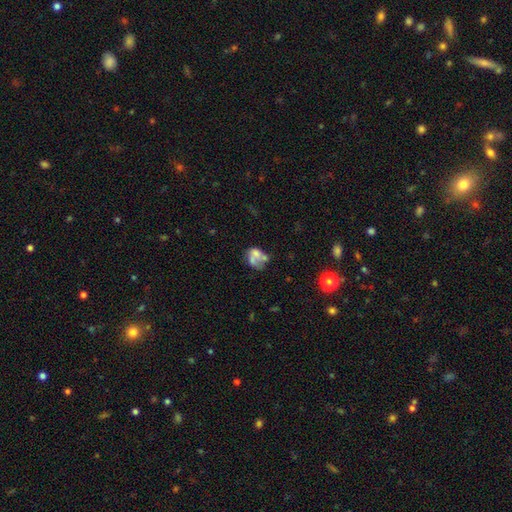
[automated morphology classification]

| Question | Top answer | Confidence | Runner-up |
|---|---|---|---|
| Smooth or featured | smooth | 47% | featured or disk (40%) |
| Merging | merger | 45% | none (24%) |